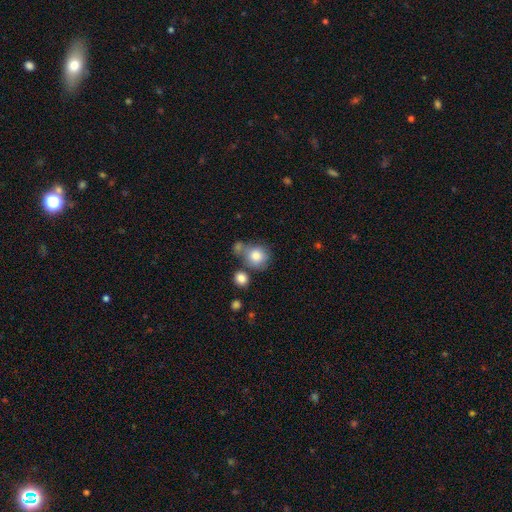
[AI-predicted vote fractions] smooth_or_featured: smooth (p=0.81) [alt: featured or disk p=0.10]
how_rounded: round (p=0.81) [alt: in between p=0.18]
merging: none (p=0.52) [alt: merger p=0.25]